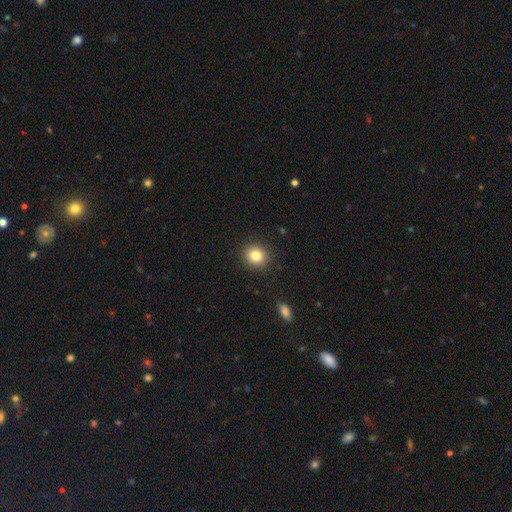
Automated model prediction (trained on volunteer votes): Smooth or featured? smooth (84%)
How rounded? round (83%)
Merging? none (90%)